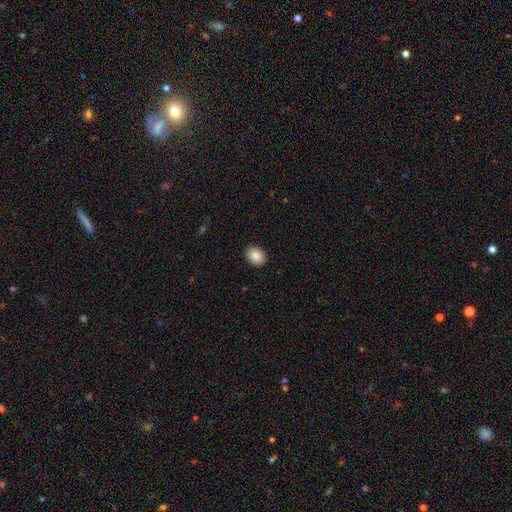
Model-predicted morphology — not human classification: A smooth galaxy with no disk features (86%) that is in between round and cigar-shaped (62%).

Vote fractions:
- Smooth or featured? smooth: 86% / star or artifact: 8% / featured or disk: 6%
- How rounded? in between: 62% / round: 37% / cigar-shaped: 1%
- Merging? none: 90% / minor disturbance: 7% / major disturbance: 2% / merger: 1%